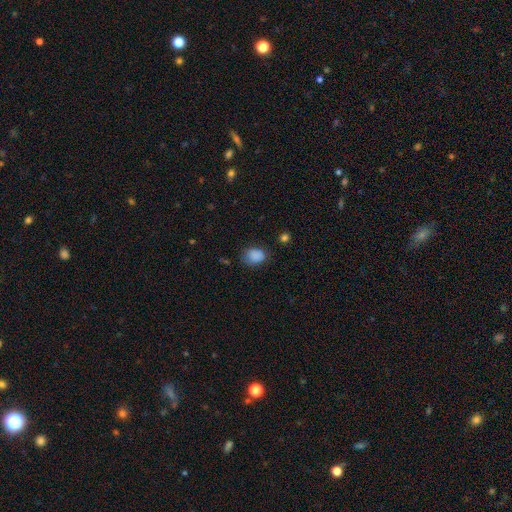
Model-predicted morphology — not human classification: The model was most divided on "how rounded": in between: 62%, round: 37%, cigar-shaped: 1%. More confident: smooth or featured — smooth (86%); merging — none (69%).